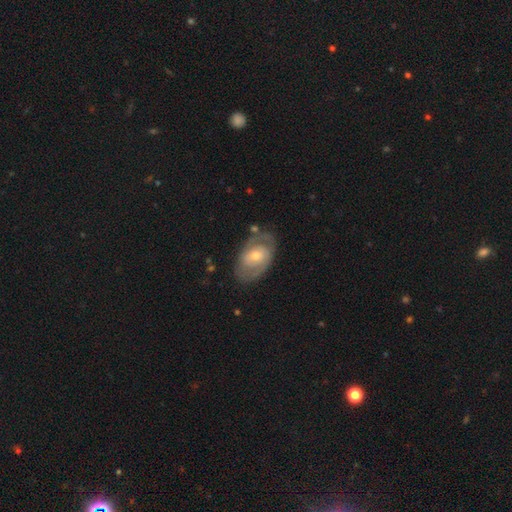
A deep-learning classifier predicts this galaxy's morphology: featured or disk 66%, smooth 29%, star or artifact 6%. Down the decision tree: edge-on disk — no (94%); bar — no (59%); spiral arms — yes (63%); bulge size — moderate (56%); merging — none (68%).